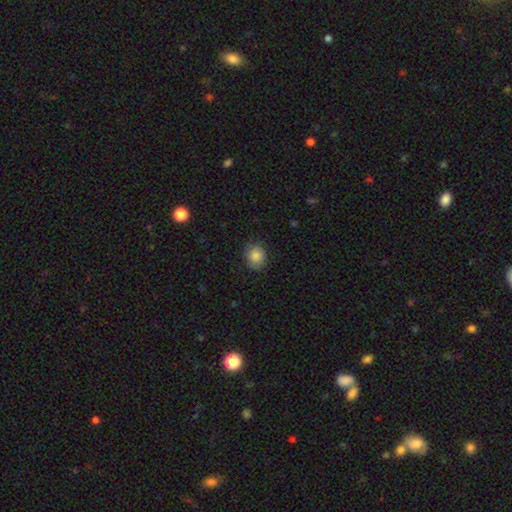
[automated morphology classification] This appears to be a smooth galaxy with no disk features (86%) that is round (69%). Merging: none (85%).